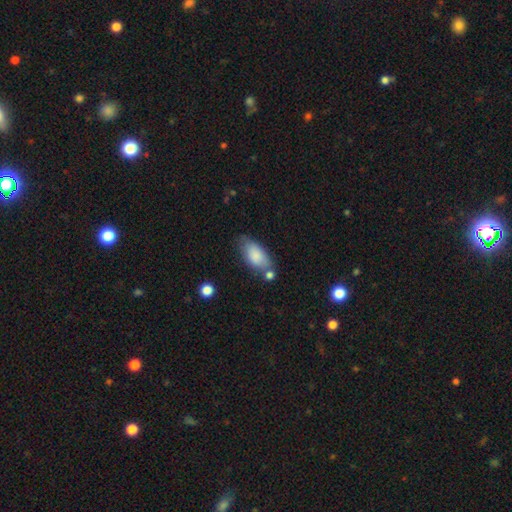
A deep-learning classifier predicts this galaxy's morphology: smooth_or_featured: smooth (p=0.82) [alt: featured or disk p=0.12]
how_rounded: in between (p=0.90) [alt: cigar-shaped p=0.06]
merging: none (p=0.52) [alt: minor disturbance p=0.25]